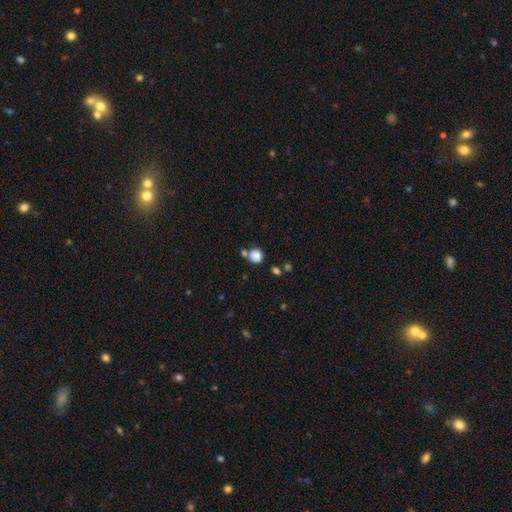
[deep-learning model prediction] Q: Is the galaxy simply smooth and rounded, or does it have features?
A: smooth — 84%.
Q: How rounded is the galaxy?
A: round — 80%.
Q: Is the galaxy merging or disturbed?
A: none — 61%.